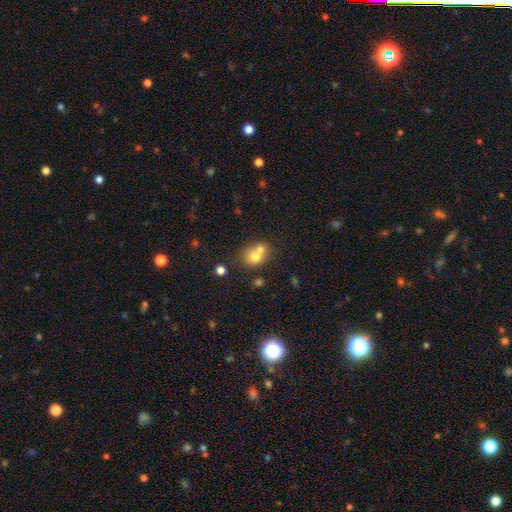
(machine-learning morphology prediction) type=smooth (72%); roundness=round (71%); merging=merger (55%).